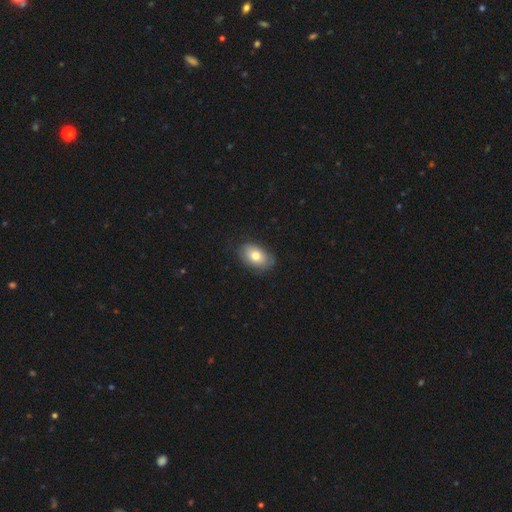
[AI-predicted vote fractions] smooth-or-featured: smooth: 75% | featured or disk: 18% | star or artifact: 7%
  how-rounded: in between: 89% | round: 9% | cigar-shaped: 1%
  merging: none: 78% | minor disturbance: 17% | major disturbance: 3% | merger: 1%